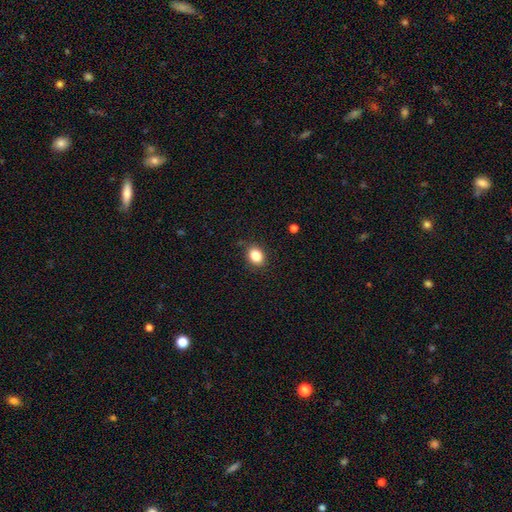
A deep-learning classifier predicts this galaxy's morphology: Smooth or featured? Predicted: smooth (p=0.85). How rounded? Predicted: in between (p=0.58). Merging? Predicted: none (p=0.86).